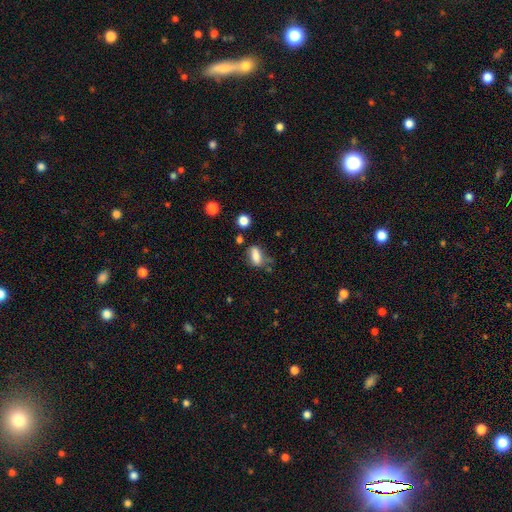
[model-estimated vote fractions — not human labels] A smooth galaxy with no disk features (71%) that is in between round and cigar-shaped (80%). Merging: none (48%).